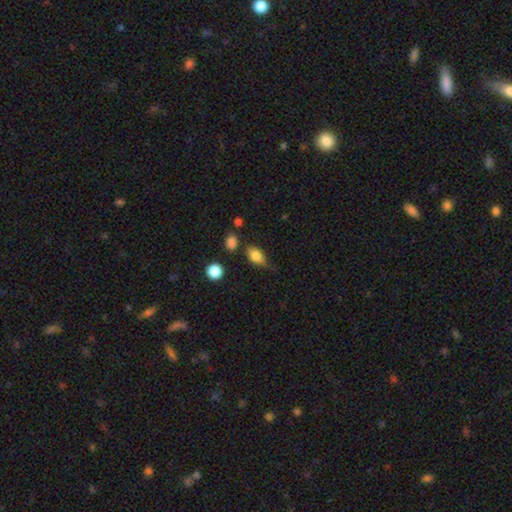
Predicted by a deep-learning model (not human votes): smooth-or-featured: smooth: 79% | featured or disk: 12% | star or artifact: 9%
  how-rounded: in between: 78% | round: 17% | cigar-shaped: 4%
  merging: none: 49% | minor disturbance: 35% | major disturbance: 11% | merger: 5%